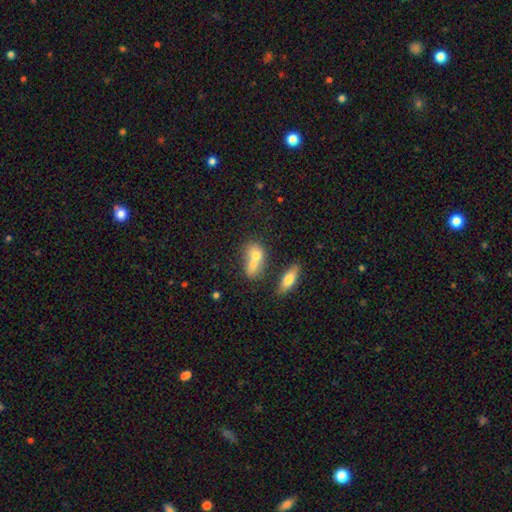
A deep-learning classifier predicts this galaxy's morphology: Smooth or featured? Predicted: smooth (p=0.69). How rounded? Predicted: in between (p=0.58). Merging? Predicted: merger (p=0.70).